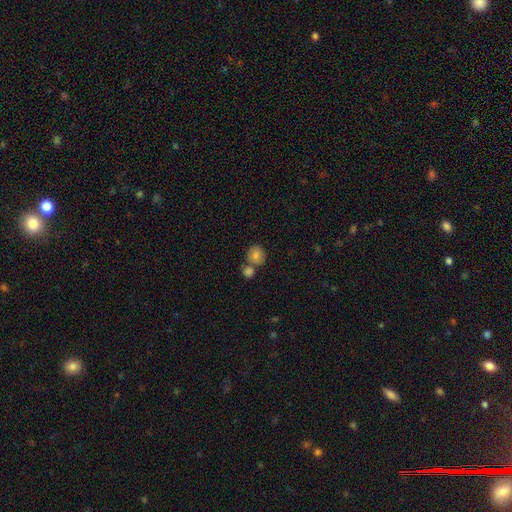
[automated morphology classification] type=smooth (80%); roundness=round (84%); merging=none (54%).